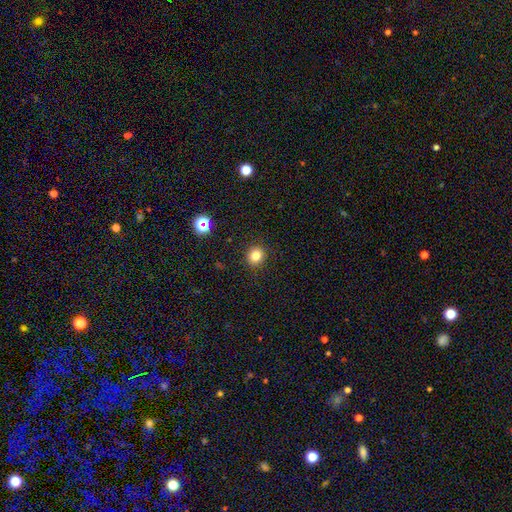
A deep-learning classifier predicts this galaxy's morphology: A smooth galaxy with no disk features (80%) that is round (85%). Merging: none (91%).